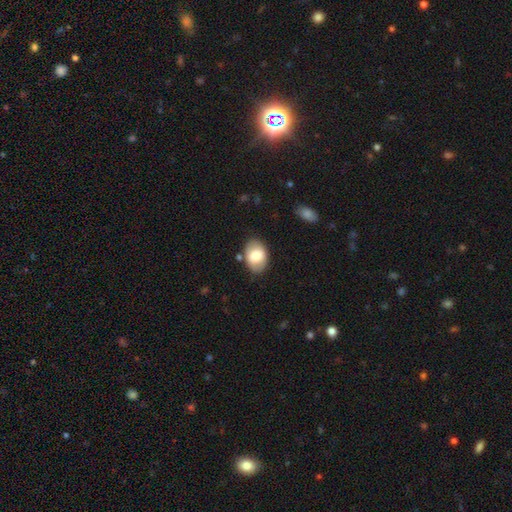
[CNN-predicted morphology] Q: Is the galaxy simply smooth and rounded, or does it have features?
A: smooth — 73%.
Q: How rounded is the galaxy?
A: in between — 83%.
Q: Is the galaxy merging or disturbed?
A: none — 81%.